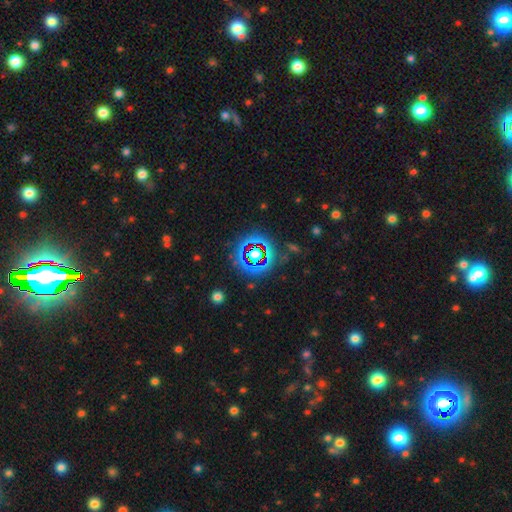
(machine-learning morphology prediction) The model was most divided on "smooth or featured": star or artifact: 62%, smooth: 19%, featured or disk: 19%.